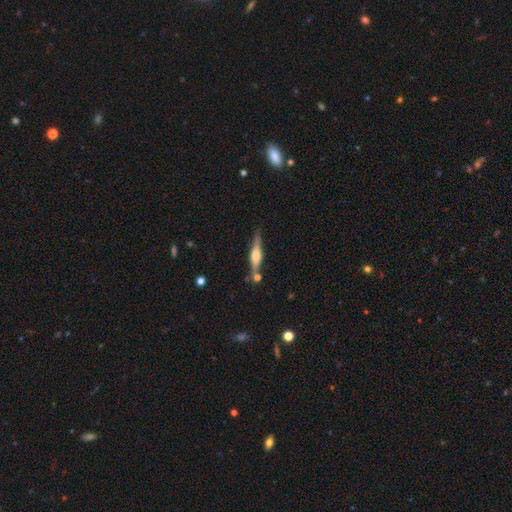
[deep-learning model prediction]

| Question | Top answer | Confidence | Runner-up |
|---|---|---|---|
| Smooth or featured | featured or disk | 69% | smooth (25%) |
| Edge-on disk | yes | 97% | no (3%) |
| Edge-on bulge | rounded | 84% | boxy (13%) |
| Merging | none | 77% | minor disturbance (12%) |